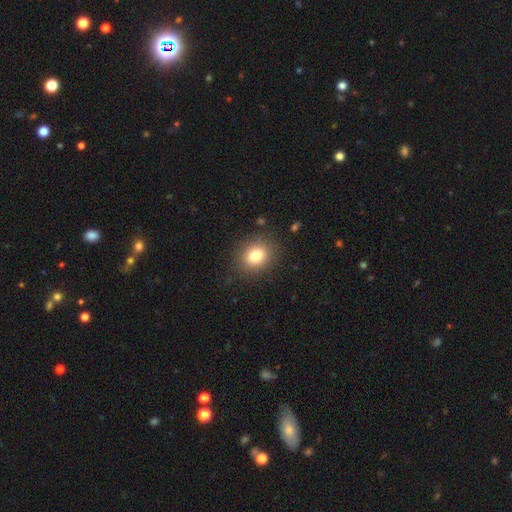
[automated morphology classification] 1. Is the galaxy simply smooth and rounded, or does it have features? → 81% smooth, 11% star or artifact, 8% featured or disk.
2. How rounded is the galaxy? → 61% round, 39% in between, 1% cigar-shaped.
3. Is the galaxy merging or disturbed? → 86% none, 9% minor disturbance, 3% major disturbance, 1% merger.